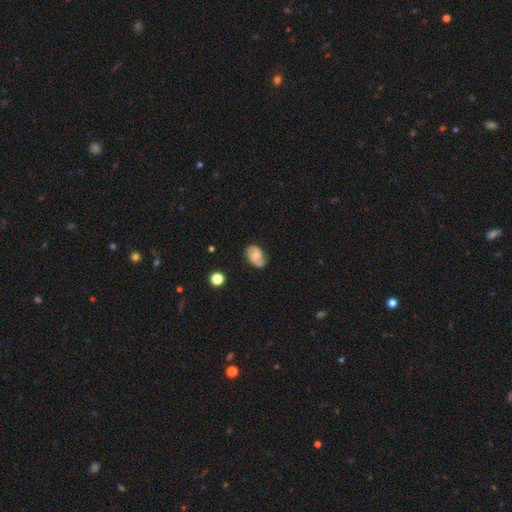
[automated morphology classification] Overall: featured or disk (62%; smooth 30%). Edge-on disk: no (97%). Bar: no (55%; weak 38%). Spiral arms: yes (93%). Spiral arm count: 2 (88%). Spiral winding: medium (46%; loose 30%). Bulge size: small (39%; moderate 36%). Merging: none (75%).